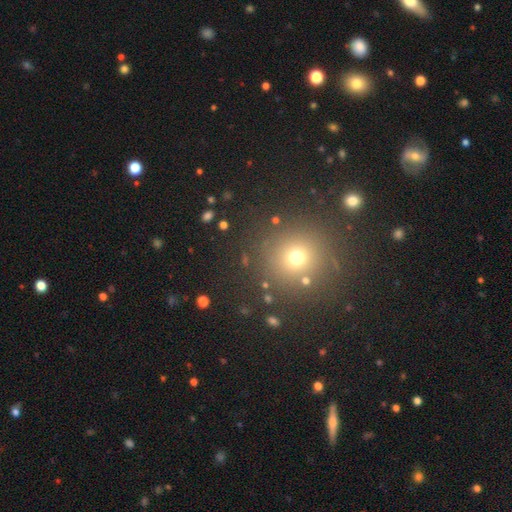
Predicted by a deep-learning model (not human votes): This appears to be a smooth galaxy with no disk features (50%) that is round (91%). Merging: none (87%).